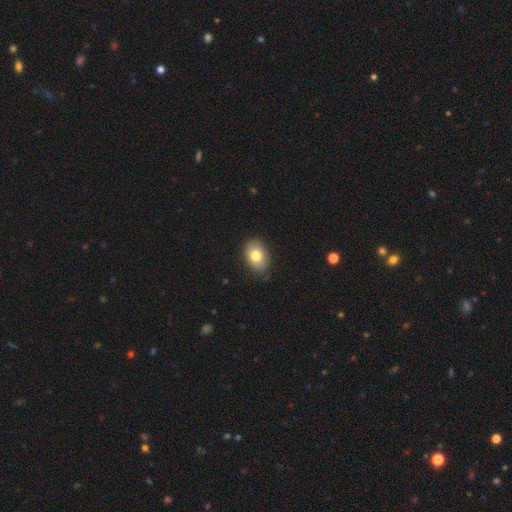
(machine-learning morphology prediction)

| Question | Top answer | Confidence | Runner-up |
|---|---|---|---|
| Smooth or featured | smooth | 78% | featured or disk (14%) |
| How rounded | in between | 80% | round (19%) |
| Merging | none | 81% | minor disturbance (15%) |